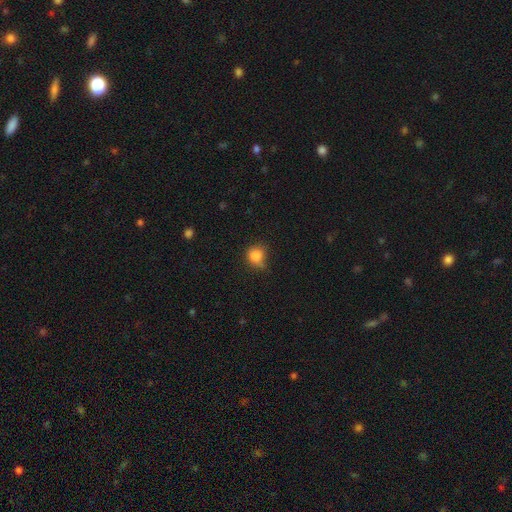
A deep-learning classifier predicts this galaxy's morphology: Smooth or featured: smooth — 83% (star or artifact — 11%)
How rounded: round — 77% (in between — 22%)
Merging: none — 46% (minor disturbance — 37%)